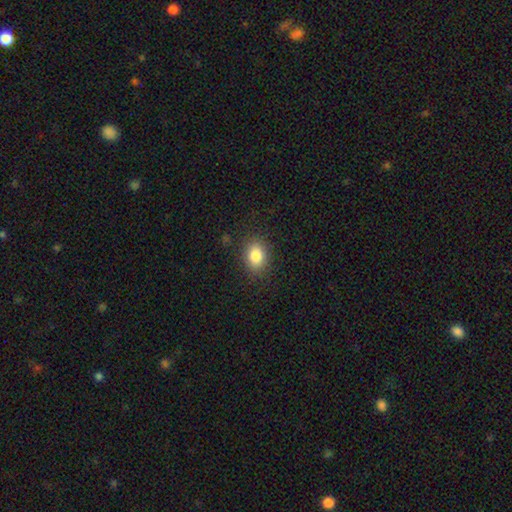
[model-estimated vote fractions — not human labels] smooth_or_featured: smooth (p=0.84) [alt: star or artifact p=0.10]
how_rounded: in between (p=0.68) [alt: round p=0.31]
merging: none (p=0.86) [alt: minor disturbance p=0.10]